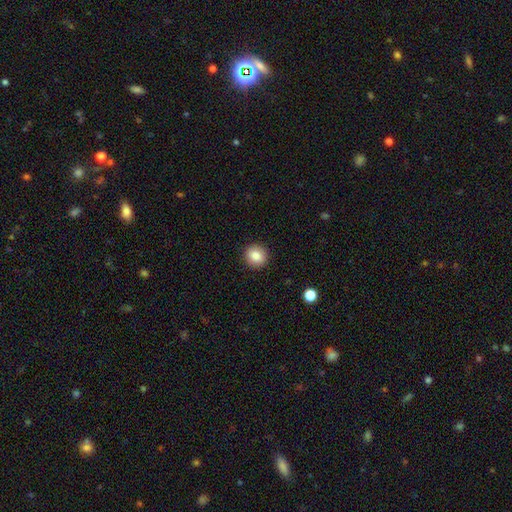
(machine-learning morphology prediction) Smooth or featured? Predicted: smooth (p=0.85). How rounded? Predicted: round (p=0.91). Merging? Predicted: none (p=0.92).